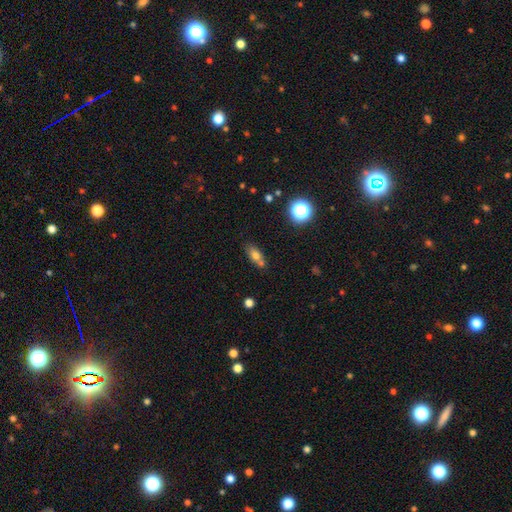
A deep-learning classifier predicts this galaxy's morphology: smooth-or-featured: smooth: 71% | featured or disk: 15% | star or artifact: 14%
  how-rounded: in between: 71% | round: 16% | cigar-shaped: 13%
  merging: none: 54% | merger: 27% | minor disturbance: 14% | major disturbance: 5%